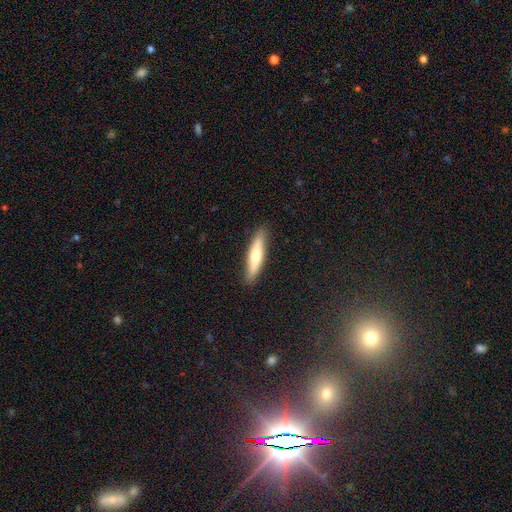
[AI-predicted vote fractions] A smooth galaxy with no disk features (64%) that is cigar-shaped (82%).

Vote fractions:
- Smooth or featured? smooth: 64% / featured or disk: 31% / star or artifact: 6%
- How rounded? cigar-shaped: 82% / in between: 16% / round: 2%
- Merging? none: 88% / minor disturbance: 9% / major disturbance: 2% / merger: 1%